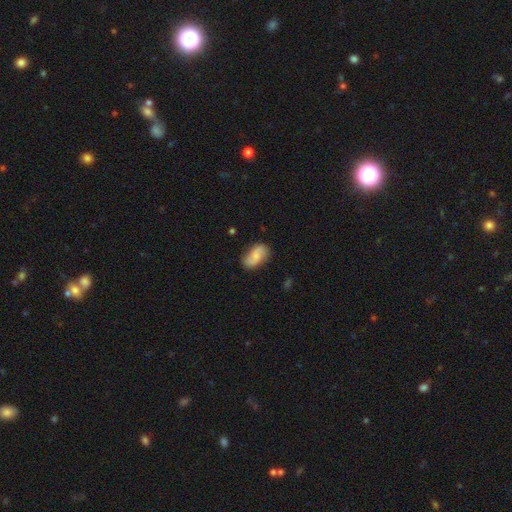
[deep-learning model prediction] Smooth or featured? Predicted: smooth (p=0.59). How rounded? Predicted: in between (p=0.92). Merging? Predicted: none (p=0.73).